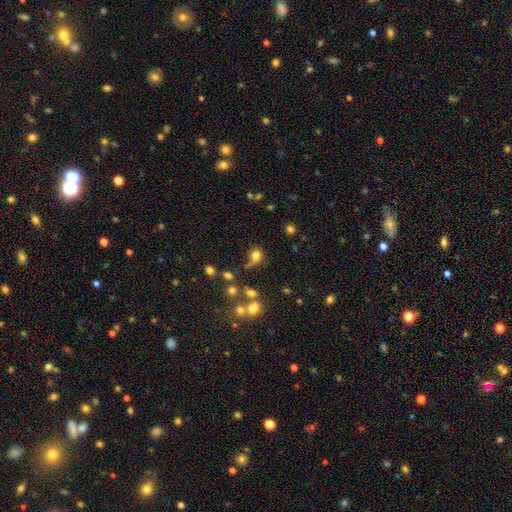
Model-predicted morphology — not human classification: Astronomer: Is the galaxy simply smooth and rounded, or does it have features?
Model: smooth — 76%.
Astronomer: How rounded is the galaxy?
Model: round — 72%.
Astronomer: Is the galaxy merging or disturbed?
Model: none — 54%.